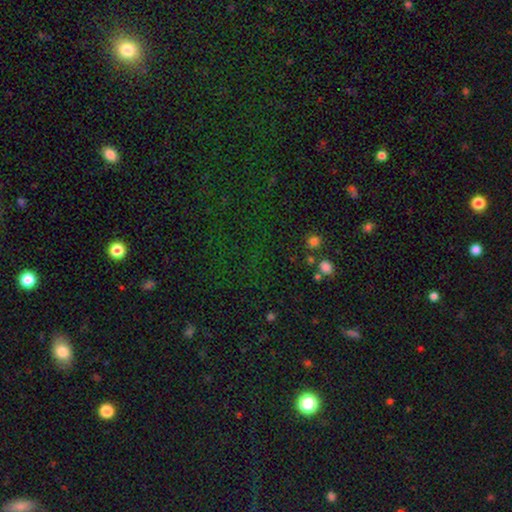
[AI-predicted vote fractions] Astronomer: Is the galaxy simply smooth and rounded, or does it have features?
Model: star or artifact — 68%.